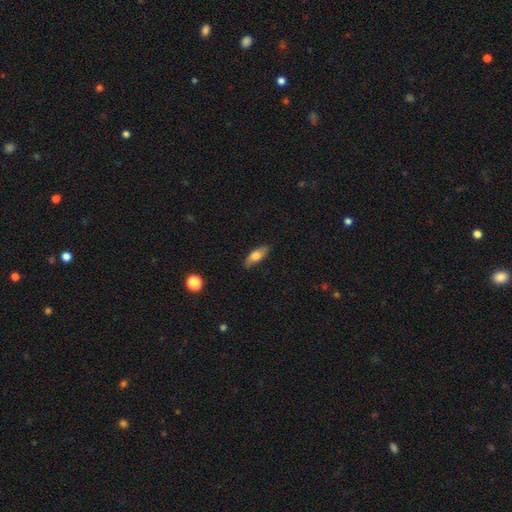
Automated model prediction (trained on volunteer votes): smooth-or-featured: smooth: 69% | featured or disk: 24% | star or artifact: 7%
  how-rounded: in between: 68% | cigar-shaped: 28% | round: 3%
  merging: none: 80% | minor disturbance: 16% | major disturbance: 3% | merger: 1%